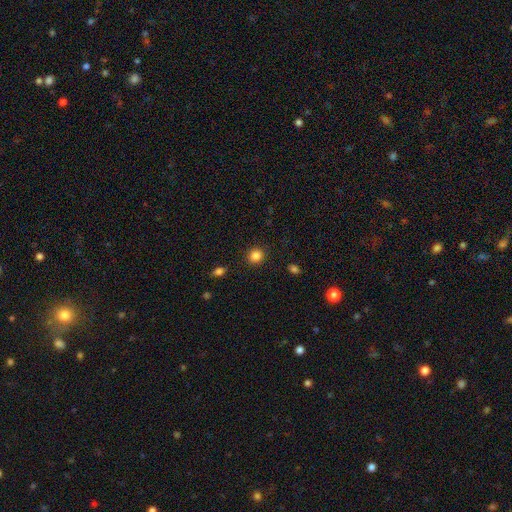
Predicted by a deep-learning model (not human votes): smooth 85%, star or artifact 11%, featured or disk 4%. Down the decision tree: how rounded — round (88%); merging — none (91%).